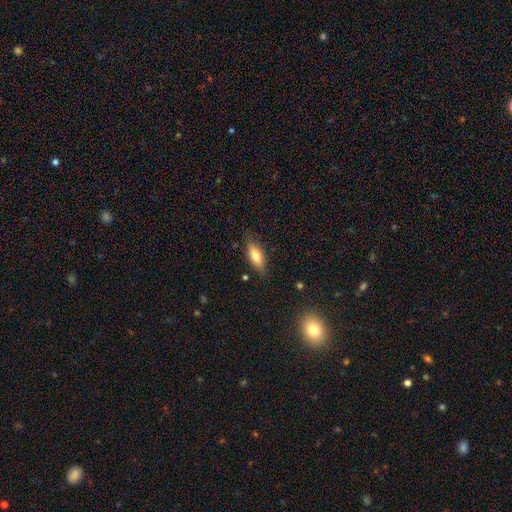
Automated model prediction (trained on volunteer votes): The model was most divided on "how rounded": in between: 67%, cigar-shaped: 30%, round: 3%. More confident: merging — none (80%); smooth or featured — smooth (69%).